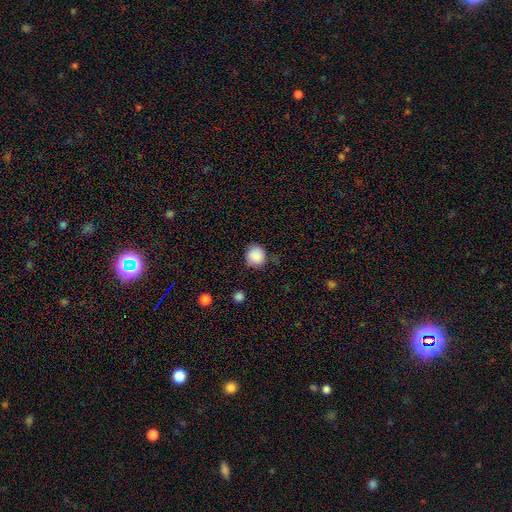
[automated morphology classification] This appears to be a smooth galaxy with no disk features (88%) that is round (89%). Merging: none (79%).